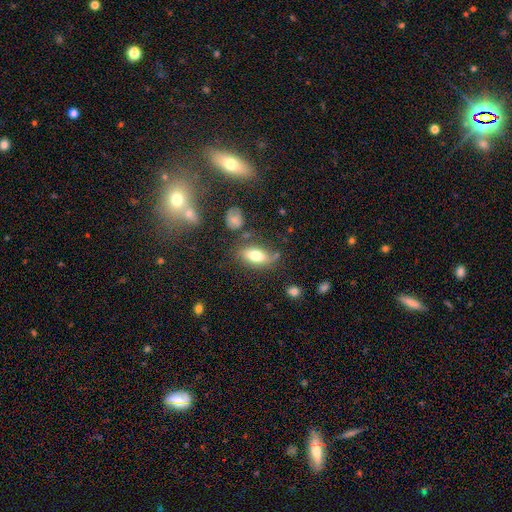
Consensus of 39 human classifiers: Smooth or featured?
  - smooth: 74% *
  - featured or disk: 21%
  - star or artifact: 5%
How rounded?
  - in between: 93% *
  - round: 3%
  - cigar-shaped: 3%
Merging?
  - none: 76% *
  - minor disturbance: 16%
  - major disturbance: 8%
  - merger: 0%